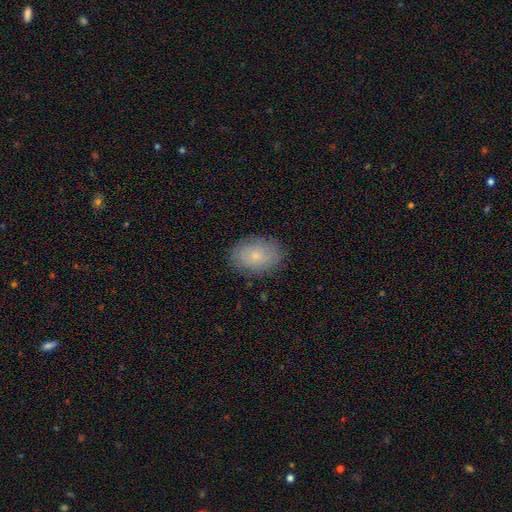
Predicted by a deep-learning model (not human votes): A smooth galaxy with no disk features (71%) that is in between round and cigar-shaped (77%). Merging: none (83%).